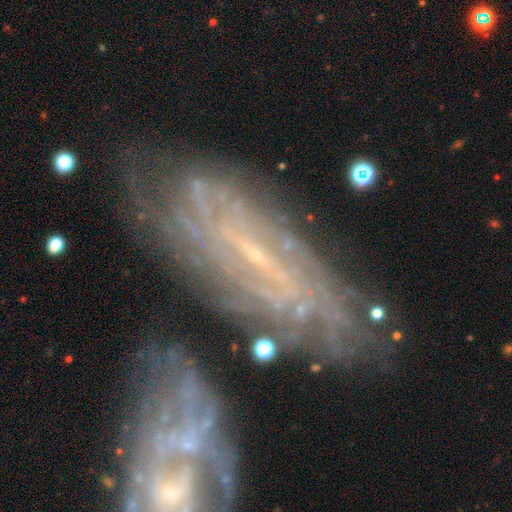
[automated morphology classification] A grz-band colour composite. It shows a featured or disk galaxy (80%) with a weak bar (45%), tight (67%) spiral arms (88%) and a small central bulge (78%). Merging: none (58%).